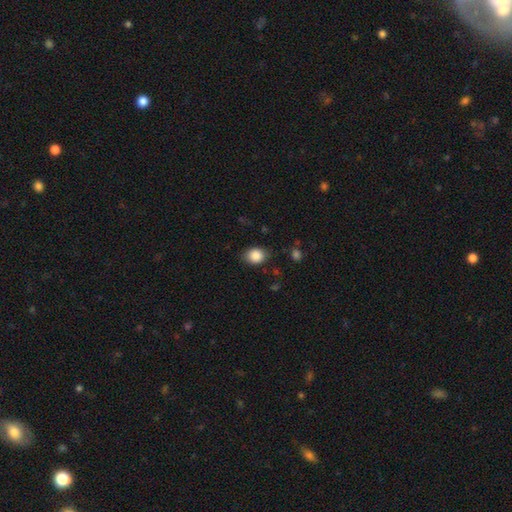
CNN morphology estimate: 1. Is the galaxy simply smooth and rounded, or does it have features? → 87% smooth, 9% star or artifact, 4% featured or disk.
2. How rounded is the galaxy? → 50% in between, 49% round, 1% cigar-shaped.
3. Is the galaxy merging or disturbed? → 82% none, 13% minor disturbance, 3% major disturbance, 1% merger.